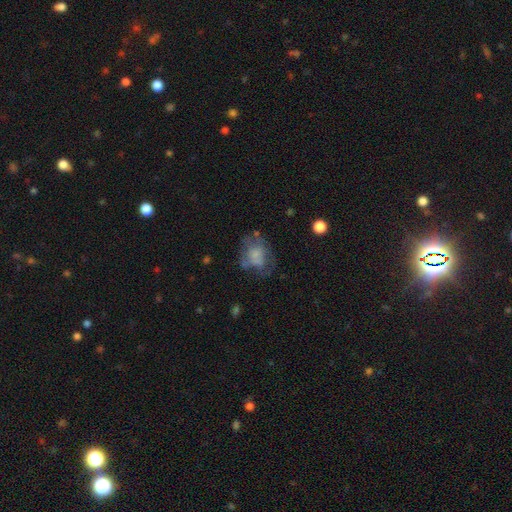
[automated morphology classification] smooth-or-featured: smooth: 51% | featured or disk: 38% | star or artifact: 11%
  how-rounded: in between: 54% | round: 45% | cigar-shaped: 1%
  merging: none: 41% | major disturbance: 30% | minor disturbance: 25% | merger: 5%